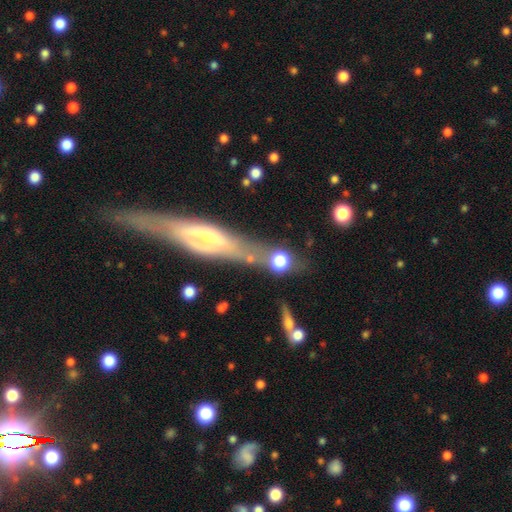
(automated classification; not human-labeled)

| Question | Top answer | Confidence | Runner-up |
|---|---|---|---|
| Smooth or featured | featured or disk | 55% | smooth (35%) |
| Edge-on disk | yes | 84% | no (16%) |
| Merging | none | 66% | minor disturbance (15%) |